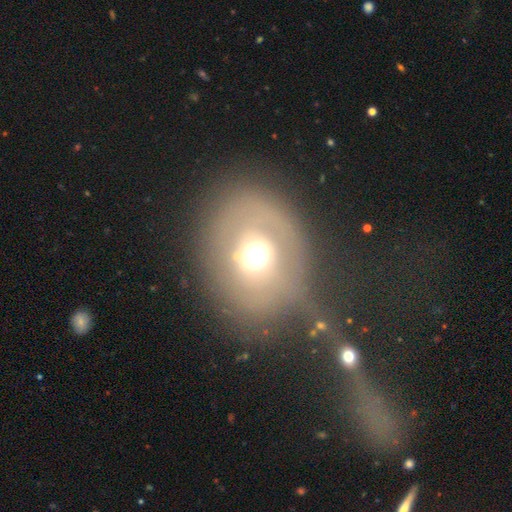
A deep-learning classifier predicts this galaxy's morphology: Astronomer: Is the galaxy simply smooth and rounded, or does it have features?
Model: smooth — 50% (runner-up: featured or disk, 36%).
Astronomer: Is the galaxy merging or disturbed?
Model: none — 51%.